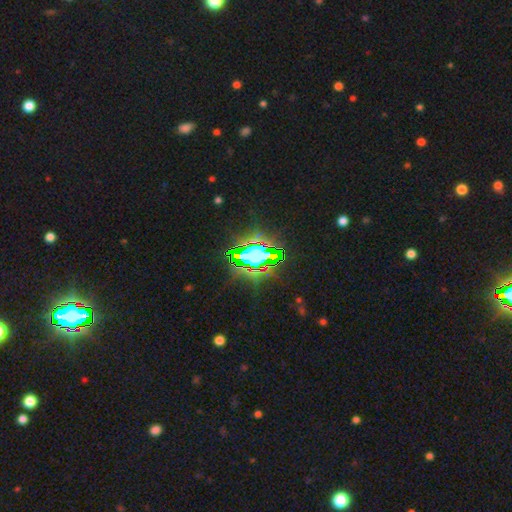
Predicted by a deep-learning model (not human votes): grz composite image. It shows a star or artifact, not a galaxy (73%).